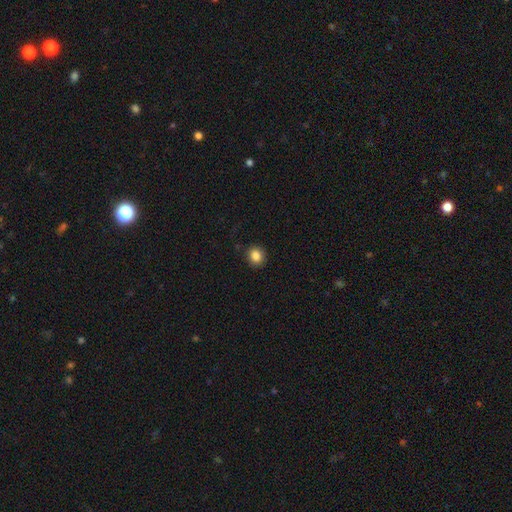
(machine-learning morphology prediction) Smooth or featured? smooth (86%)
How rounded? round (79%)
Merging? none (88%)